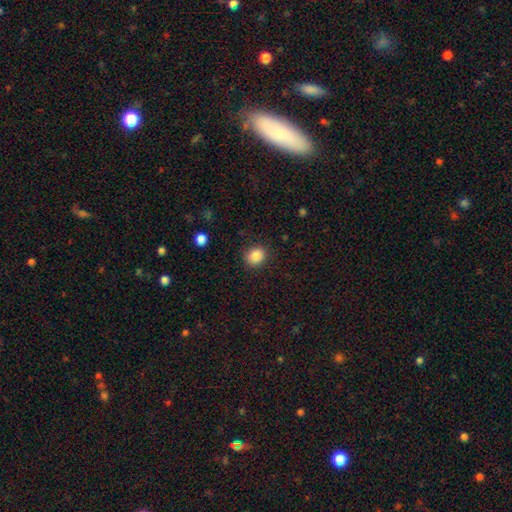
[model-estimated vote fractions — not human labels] Overall: smooth (87%). How rounded: round (72%). Merging: none (86%).